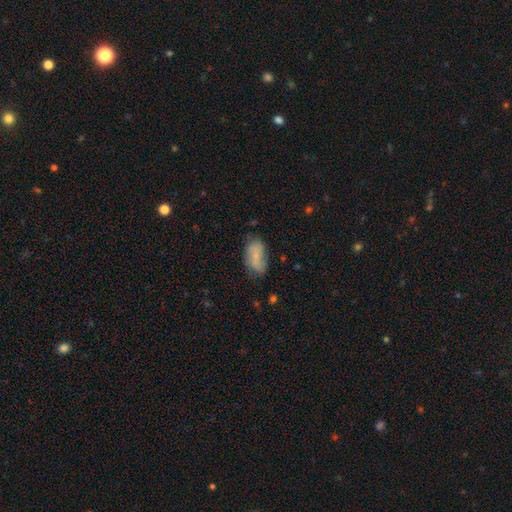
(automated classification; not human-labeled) Overall: smooth (65%; featured or disk 27%). How rounded: in between (91%). Merging: none (62%; minor disturbance 26%).